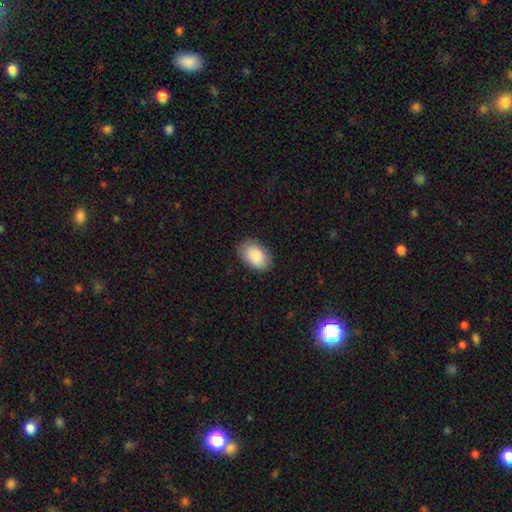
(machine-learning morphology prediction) This appears to be a smooth galaxy with no disk features (88%) that is in between round and cigar-shaped (90%). Merging: none (84%).